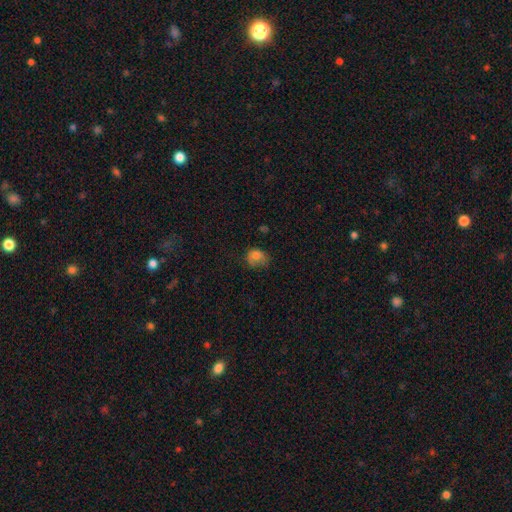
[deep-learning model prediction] Smooth or featured? Predicted: smooth (p=0.71). How rounded? Predicted: round (p=0.59). Merging? Predicted: none (p=0.44).